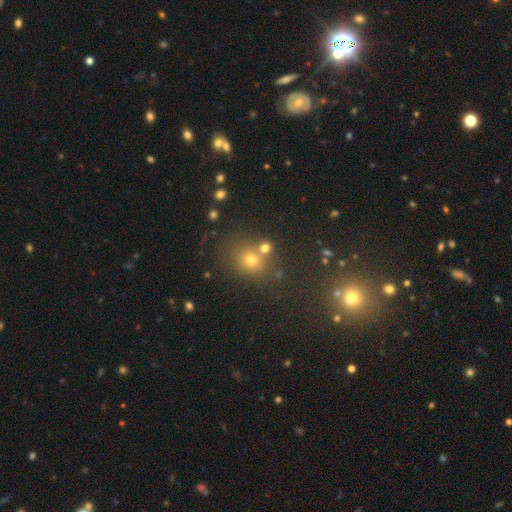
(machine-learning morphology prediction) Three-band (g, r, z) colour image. It shows a smooth galaxy with no disk features (59%) that is round (79%). Merging: none (71%).